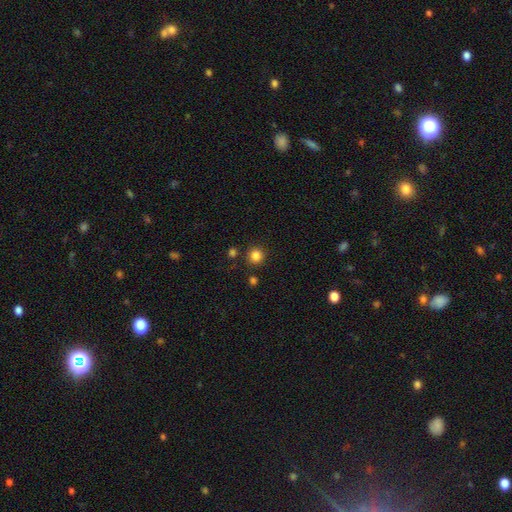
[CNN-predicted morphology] Q: Smooth or featured?
A: smooth (84%); runner-up: star or artifact (13%)
Q: How rounded?
A: round (94%); runner-up: in between (5%)
Q: Merging?
A: none (88%); runner-up: minor disturbance (6%)